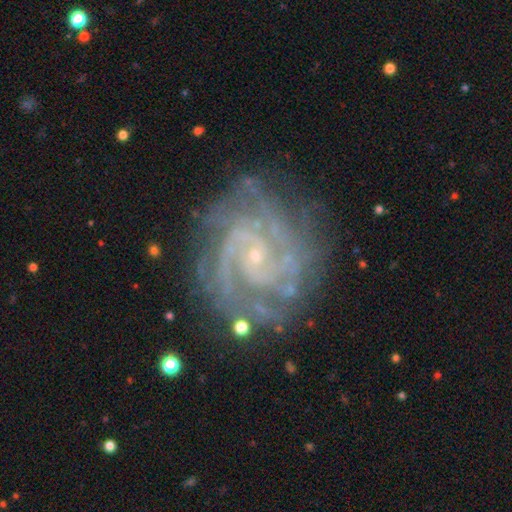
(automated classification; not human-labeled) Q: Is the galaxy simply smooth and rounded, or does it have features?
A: featured or disk — 91%.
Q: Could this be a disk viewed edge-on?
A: no — 98%.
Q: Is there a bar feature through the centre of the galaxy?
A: no — 64%.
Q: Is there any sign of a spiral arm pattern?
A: yes — 98%.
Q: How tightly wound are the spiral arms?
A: tight — 65%.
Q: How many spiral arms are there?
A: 2 — 41%.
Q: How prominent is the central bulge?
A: small — 87%.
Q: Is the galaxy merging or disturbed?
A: none — 74%.